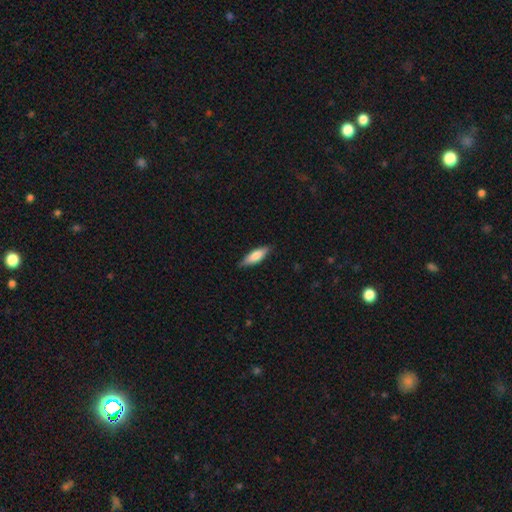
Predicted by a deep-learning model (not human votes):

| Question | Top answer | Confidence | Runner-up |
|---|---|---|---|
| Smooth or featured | smooth | 75% | featured or disk (19%) |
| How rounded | in between | 52% | cigar-shaped (46%) |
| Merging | none | 83% | minor disturbance (14%) |